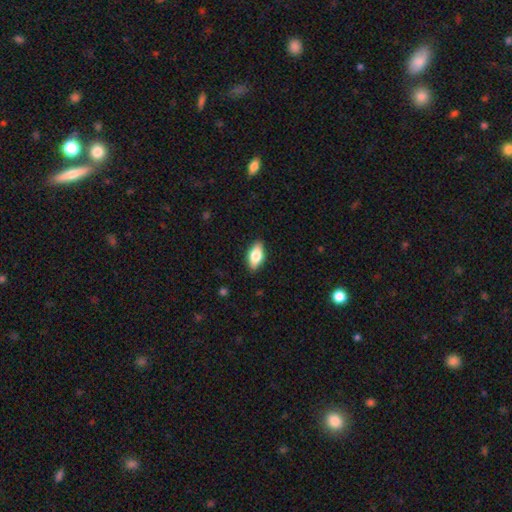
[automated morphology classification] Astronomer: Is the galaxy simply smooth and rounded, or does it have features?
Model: smooth — 71%.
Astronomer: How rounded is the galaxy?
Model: in between — 87%.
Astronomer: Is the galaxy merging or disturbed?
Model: none — 87%.